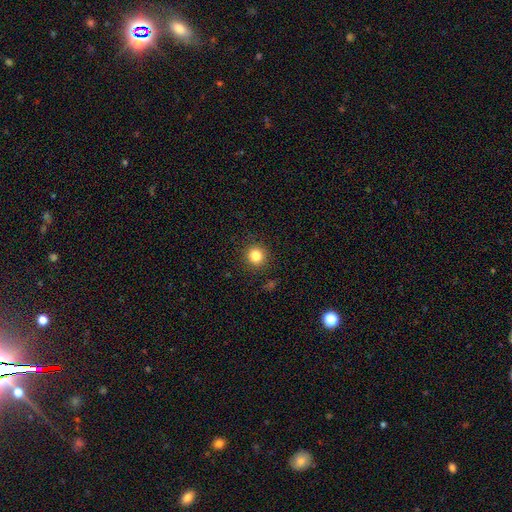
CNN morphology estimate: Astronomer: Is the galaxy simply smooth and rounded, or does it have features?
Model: smooth — 82%.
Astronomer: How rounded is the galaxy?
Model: round — 93%.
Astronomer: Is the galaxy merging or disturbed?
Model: none — 90%.